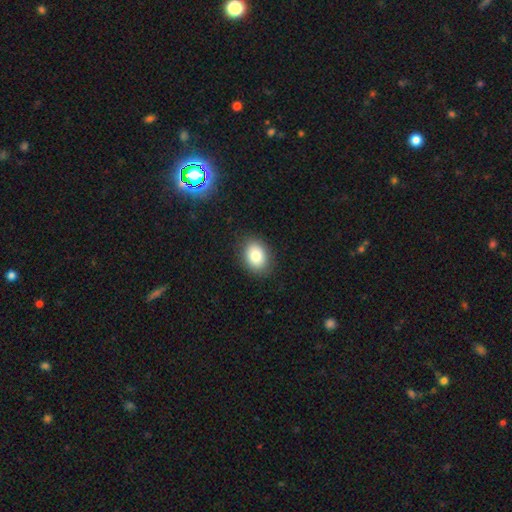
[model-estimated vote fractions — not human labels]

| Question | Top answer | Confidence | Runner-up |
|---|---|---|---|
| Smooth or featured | smooth | 81% | featured or disk (10%) |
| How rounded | in between | 66% | round (33%) |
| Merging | none | 87% | minor disturbance (9%) |